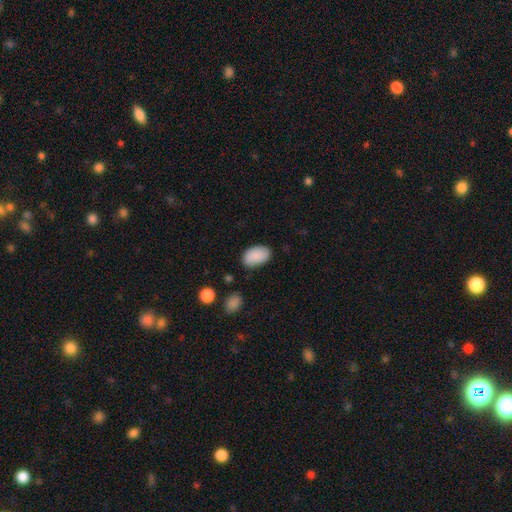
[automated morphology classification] smooth-or-featured: smooth: 88% | star or artifact: 7% | featured or disk: 5%
  how-rounded: in between: 92% | round: 7% | cigar-shaped: 1%
  merging: none: 78% | minor disturbance: 17% | major disturbance: 4% | merger: 2%